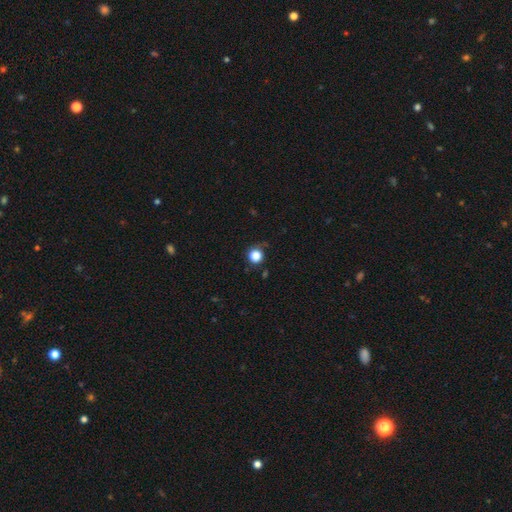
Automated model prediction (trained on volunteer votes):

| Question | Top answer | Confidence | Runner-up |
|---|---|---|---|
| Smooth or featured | smooth | 85% | star or artifact (11%) |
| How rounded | round | 93% | in between (6%) |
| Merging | none | 76% | minor disturbance (16%) |